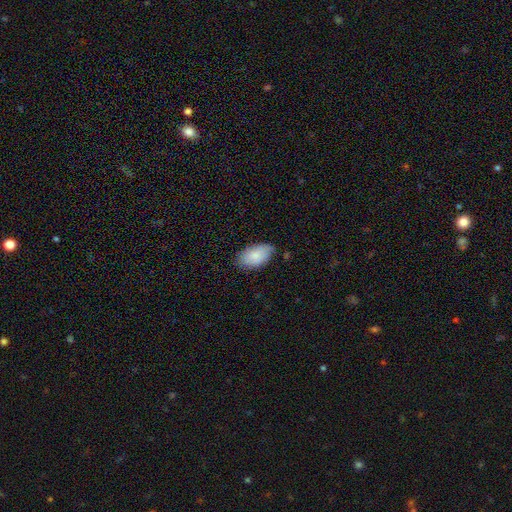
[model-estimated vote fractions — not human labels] A smooth galaxy with no disk features (83%) that is in between round and cigar-shaped (94%). Merging: none (72%).